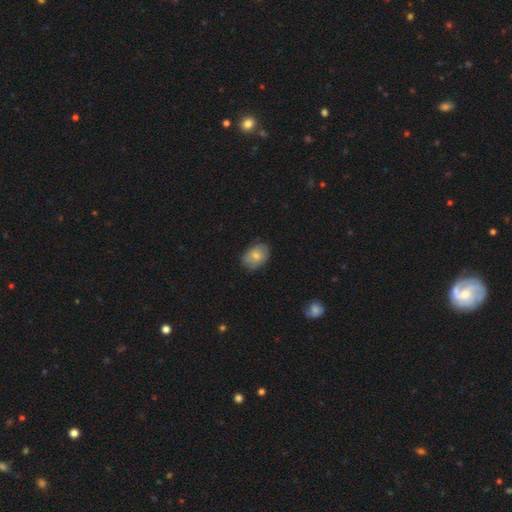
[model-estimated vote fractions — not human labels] This appears to be a smooth galaxy with no disk features (79%) that is in between round and cigar-shaped (79%). Merging: none (80%).